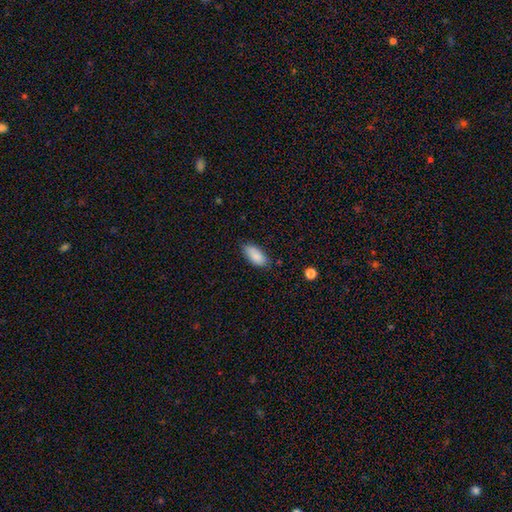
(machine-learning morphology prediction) smooth 87%, star or artifact 7%, featured or disk 6%. Down the decision tree: how rounded — in between (91%); merging — none (75%).